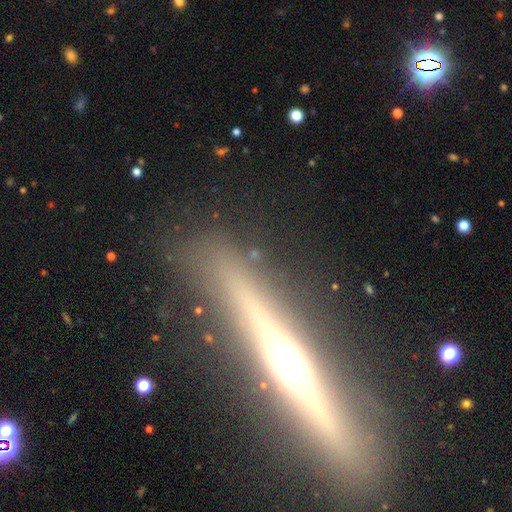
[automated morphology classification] smooth_or_featured: featured or disk (p=0.57) [alt: smooth p=0.23]
disk_edge_on: yes (p=0.83) [alt: no p=0.17]
merging: none (p=0.74) [alt: minor disturbance p=0.13]